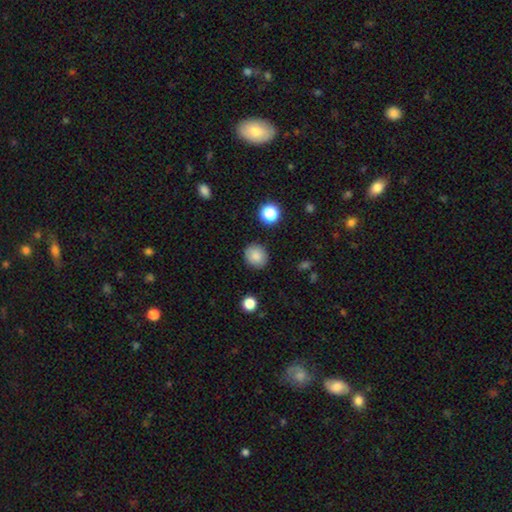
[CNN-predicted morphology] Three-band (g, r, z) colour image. It shows a smooth galaxy with no disk features (84%) that is round (81%). Merging: none (87%).